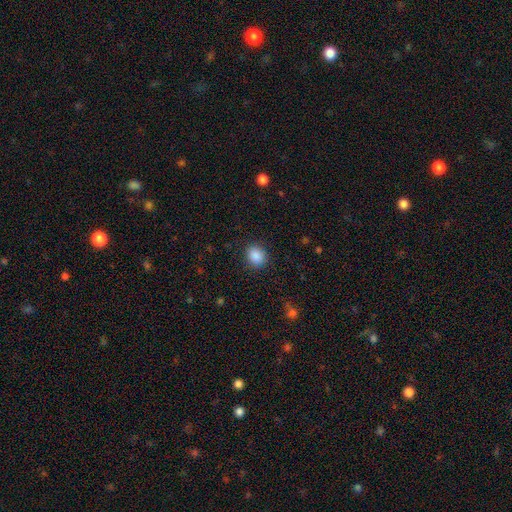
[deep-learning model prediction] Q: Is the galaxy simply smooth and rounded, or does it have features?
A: smooth — 88%.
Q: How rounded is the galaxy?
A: round — 68%.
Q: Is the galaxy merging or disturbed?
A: none — 88%.